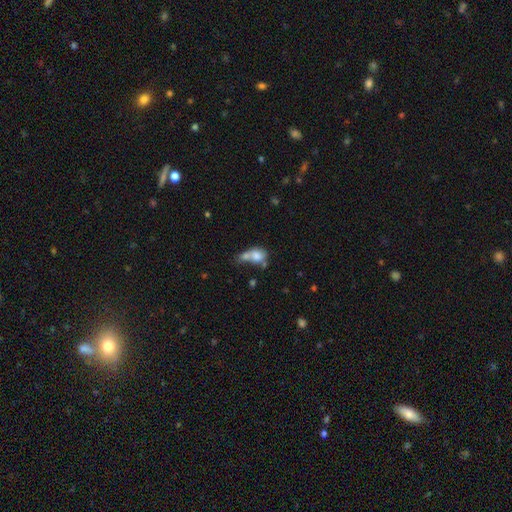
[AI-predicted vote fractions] The model was most divided on "how rounded": in between: 58%, round: 39%, cigar-shaped: 3%. More confident: smooth or featured — smooth (73%); merging — merger (58%).